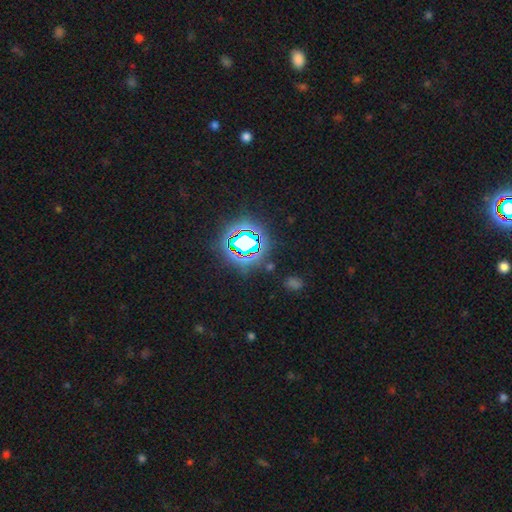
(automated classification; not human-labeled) A star or artifact, not a galaxy (81%).